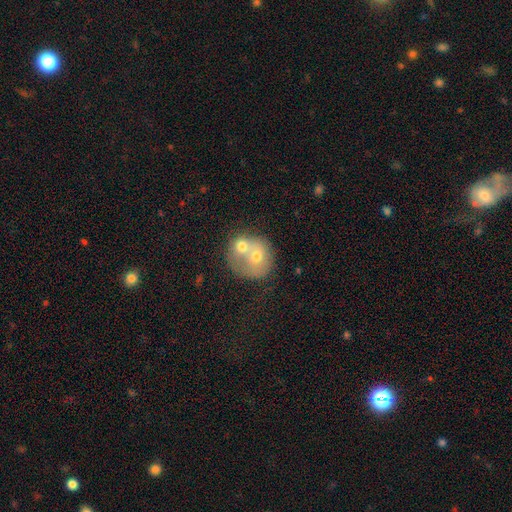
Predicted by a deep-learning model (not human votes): Q: Smooth or featured?
A: smooth (57%); runner-up: featured or disk (34%)
Q: How rounded?
A: round (76%); runner-up: in between (23%)
Q: Merging?
A: merger (73%); runner-up: none (18%)